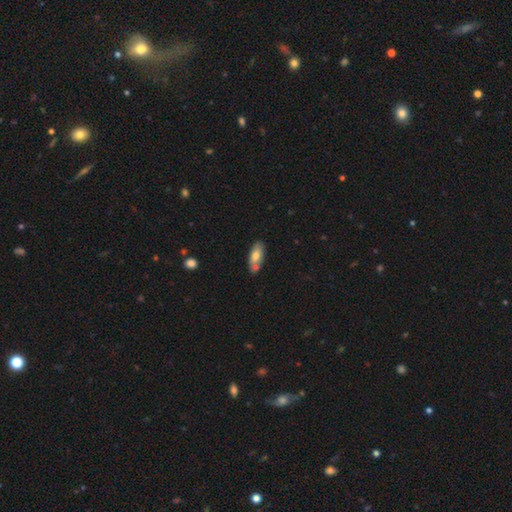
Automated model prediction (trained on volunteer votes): Smooth or featured?
  - smooth: 70% *
  - featured or disk: 23%
  - star or artifact: 6%
How rounded?
  - in between: 81% *
  - cigar-shaped: 17%
  - round: 3%
Merging?
  - none: 61% *
  - merger: 20%
  - minor disturbance: 16%
  - major disturbance: 4%